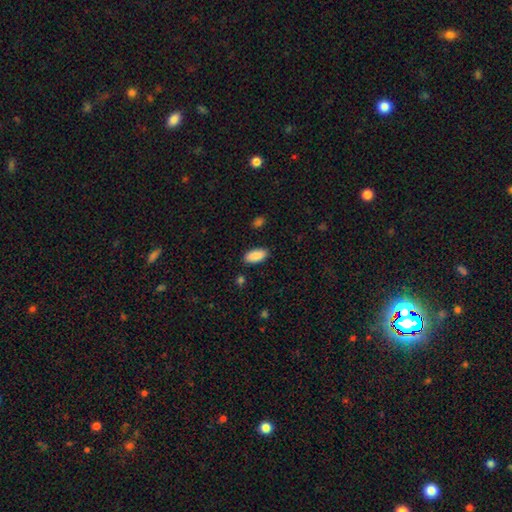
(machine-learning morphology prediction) Smooth or featured? smooth (89%)
How rounded? in between (93%)
Merging? none (87%)